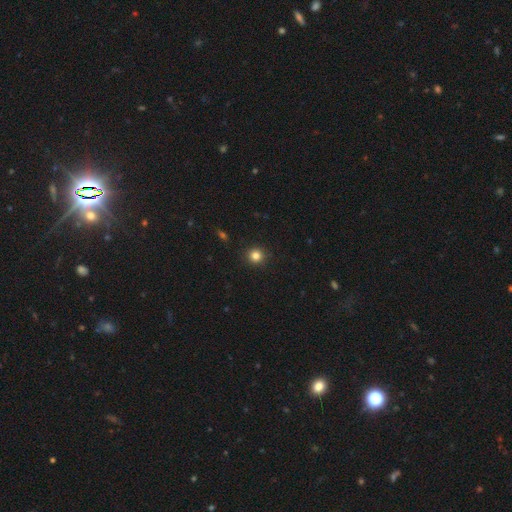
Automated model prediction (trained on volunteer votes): smooth 83%, star or artifact 12%, featured or disk 5%. Down the decision tree: how rounded — round (93%); merging — none (92%).